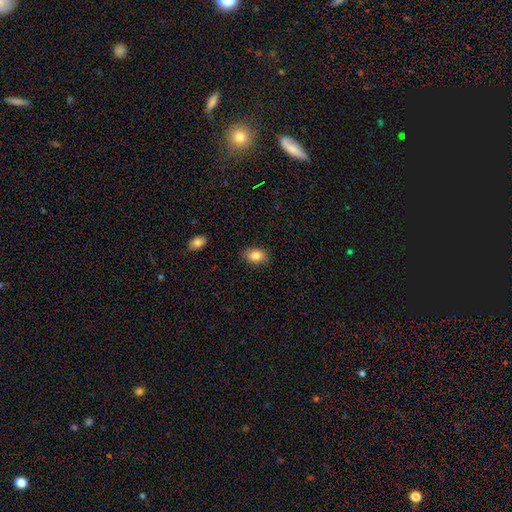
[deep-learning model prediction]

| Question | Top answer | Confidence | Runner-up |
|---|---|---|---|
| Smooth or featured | smooth | 86% | star or artifact (8%) |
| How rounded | in between | 77% | round (22%) |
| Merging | none | 86% | minor disturbance (11%) |